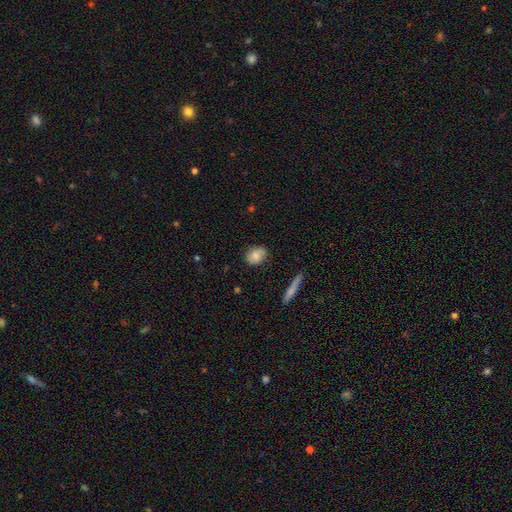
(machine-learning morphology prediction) Q: Smooth or featured?
A: smooth (70%); runner-up: featured or disk (22%)
Q: How rounded?
A: in between (53%); runner-up: round (45%)
Q: Merging?
A: none (80%); runner-up: minor disturbance (16%)